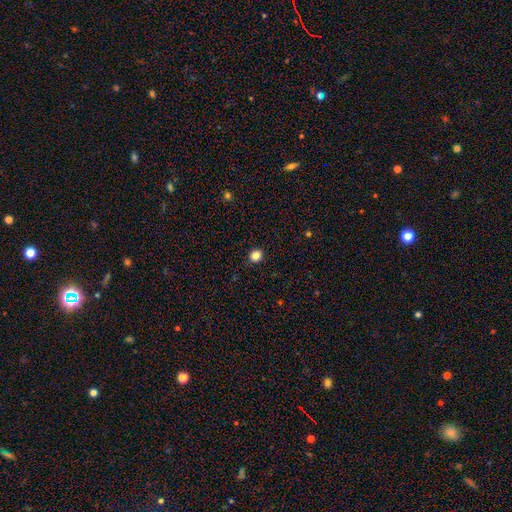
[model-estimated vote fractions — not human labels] The model was most divided on "how rounded": round: 76%, in between: 23%, cigar-shaped: 1%. More confident: merging — none (91%); smooth or featured — smooth (85%).